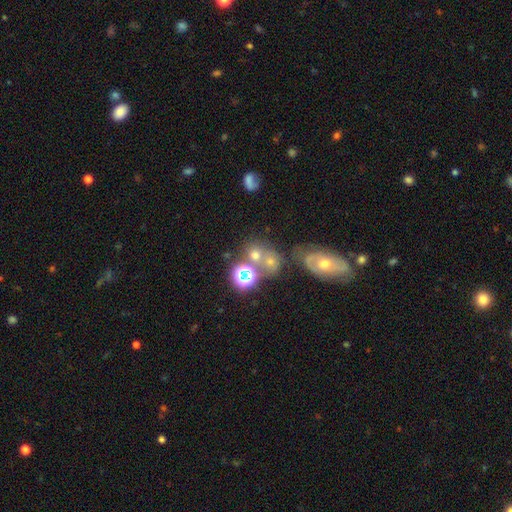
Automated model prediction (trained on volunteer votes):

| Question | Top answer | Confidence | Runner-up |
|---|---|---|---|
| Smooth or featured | smooth | 54% | star or artifact (27%) |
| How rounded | round | 70% | in between (29%) |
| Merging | none | 43% | merger (39%) |